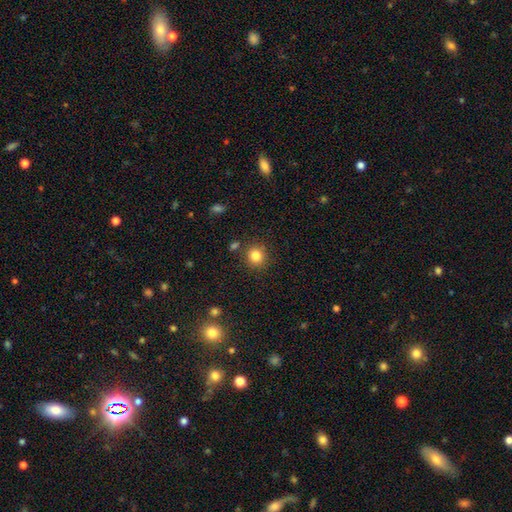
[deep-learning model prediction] This is clearly a smooth galaxy (83%). How rounded: clearly round (88%). Merging: clearly none (85%).